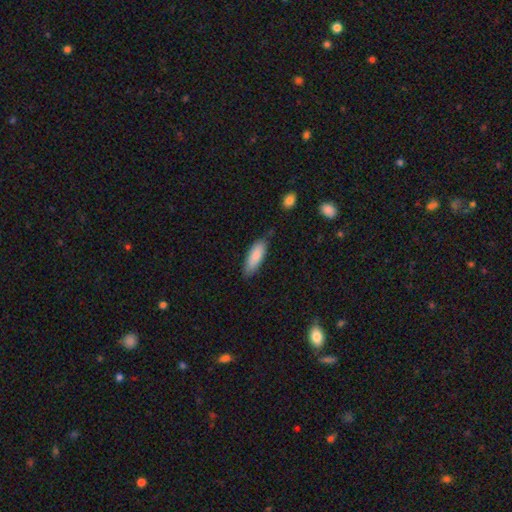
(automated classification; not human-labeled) smooth_or_featured: smooth (p=0.85) [alt: featured or disk p=0.09]
how_rounded: in between (p=0.60) [alt: cigar-shaped p=0.39]
merging: none (p=0.74) [alt: minor disturbance p=0.20]